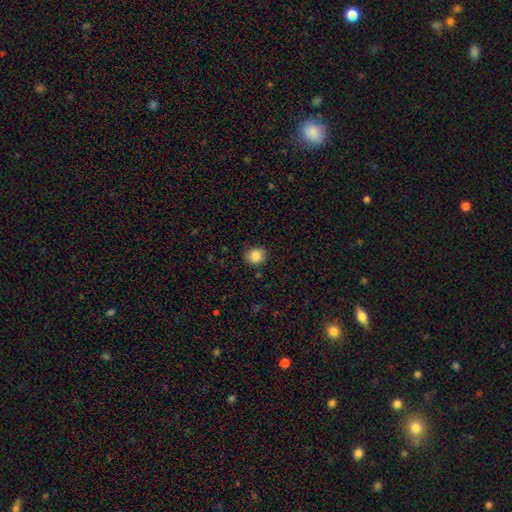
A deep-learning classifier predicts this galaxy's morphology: Smooth or featured: smooth — 86% (star or artifact — 9%)
How rounded: round — 78% (in between — 21%)
Merging: none — 88% (minor disturbance — 8%)